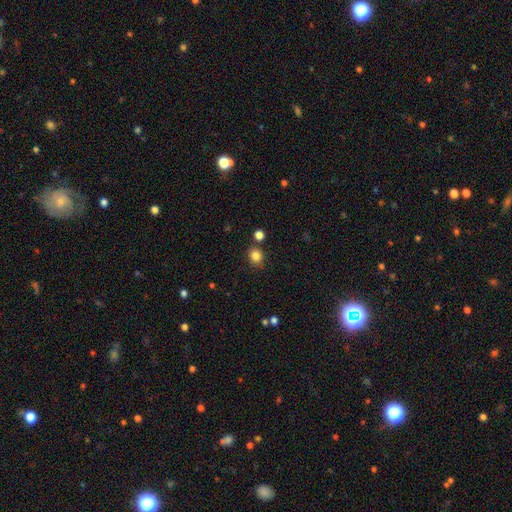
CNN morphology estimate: Overall: smooth (83%). How rounded: round (73%). Merging: none (81%).